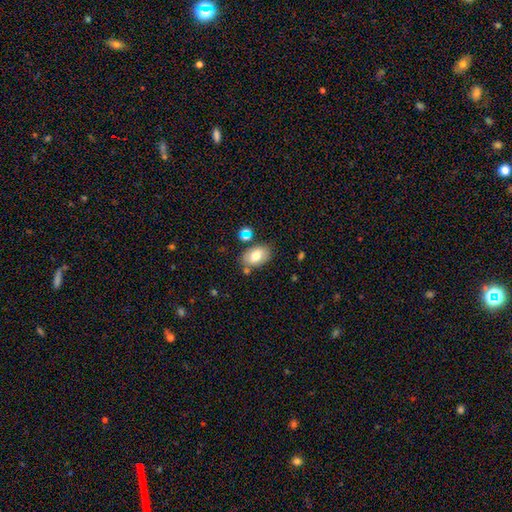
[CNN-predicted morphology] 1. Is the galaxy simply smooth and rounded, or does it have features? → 74% smooth, 17% featured or disk, 8% star or artifact.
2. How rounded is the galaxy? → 87% in between, 11% round, 1% cigar-shaped.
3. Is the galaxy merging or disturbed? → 74% none, 14% minor disturbance, 9% merger, 3% major disturbance.